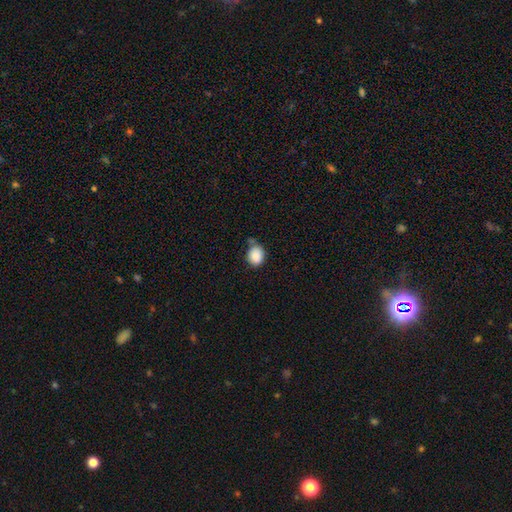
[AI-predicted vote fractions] A smooth galaxy with no disk features (88%) that is round (68%). Merging: none (58%).